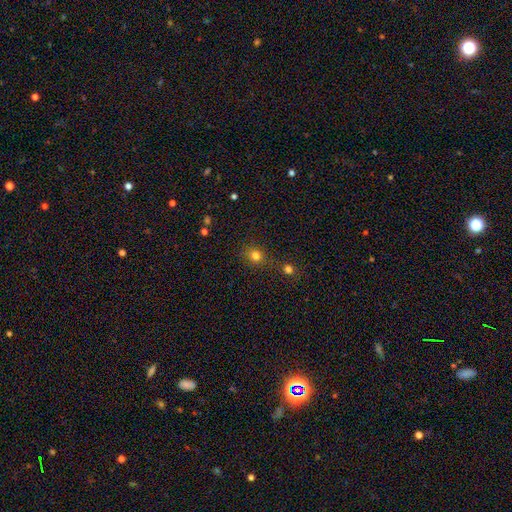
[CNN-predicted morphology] smooth-or-featured: smooth: 76% | star or artifact: 17% | featured or disk: 6%
  how-rounded: round: 82% | in between: 17% | cigar-shaped: 1%
  merging: none: 73% | merger: 13% | minor disturbance: 10% | major disturbance: 4%